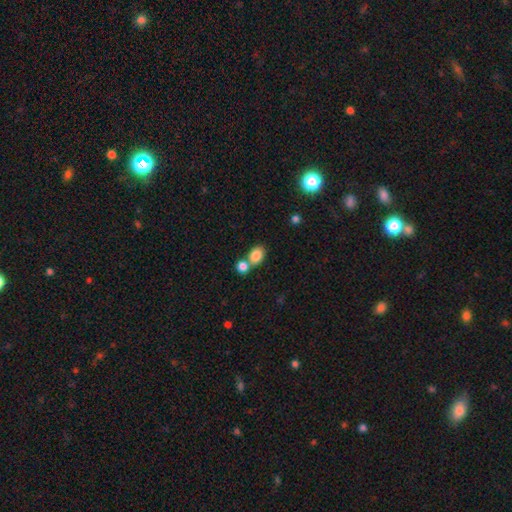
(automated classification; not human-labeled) Q: Smooth or featured?
A: smooth (85%); runner-up: star or artifact (9%)
Q: How rounded?
A: in between (70%); runner-up: round (28%)
Q: Merging?
A: none (47%); runner-up: merger (41%)